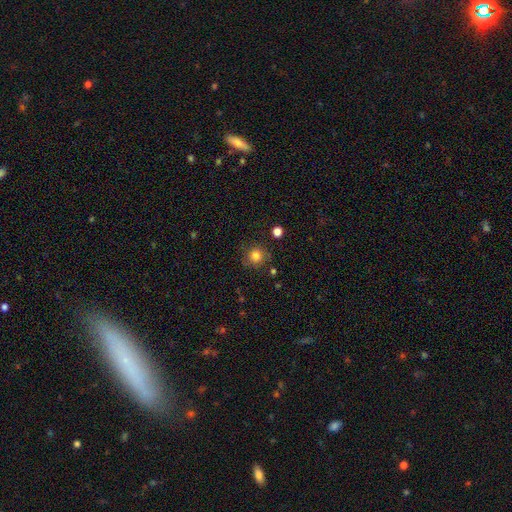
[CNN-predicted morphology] A smooth galaxy with no disk features (82%) that is round (93%). Merging: none (83%).